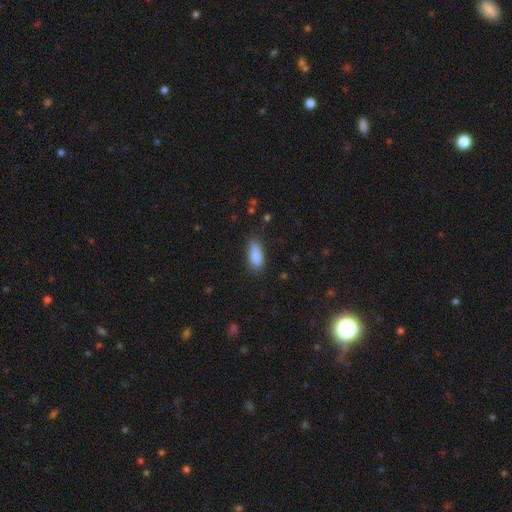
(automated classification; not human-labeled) smooth 88%, star or artifact 7%, featured or disk 5%. Down the decision tree: how rounded — in between (77%); merging — none (77%).